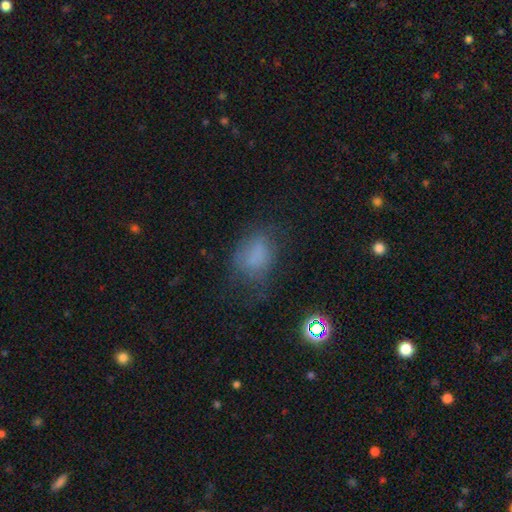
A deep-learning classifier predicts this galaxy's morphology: A smooth galaxy with no disk features (67%) that is in between round and cigar-shaped (69%). Merging: none (52%).